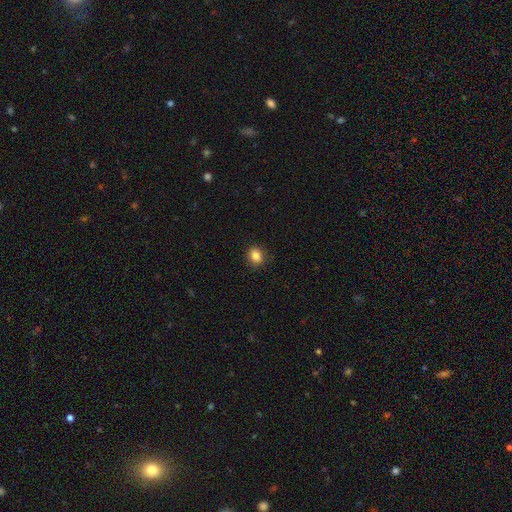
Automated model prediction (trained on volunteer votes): This appears to be a smooth galaxy with no disk features (85%) that is round (51%). Merging: none (88%).